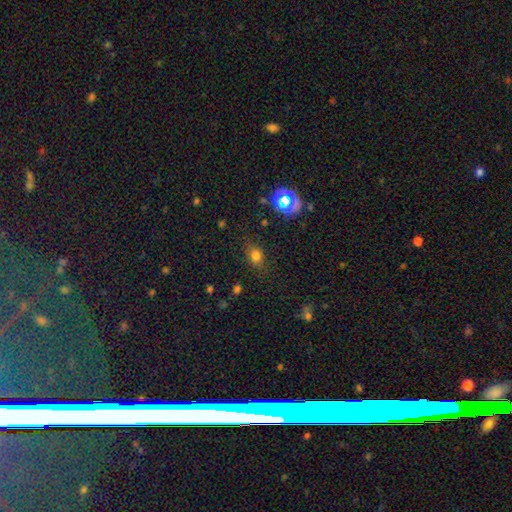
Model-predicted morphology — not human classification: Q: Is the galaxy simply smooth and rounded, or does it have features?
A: smooth — 73%.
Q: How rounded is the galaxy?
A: in between — 53%.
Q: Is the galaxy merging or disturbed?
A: none — 78%.